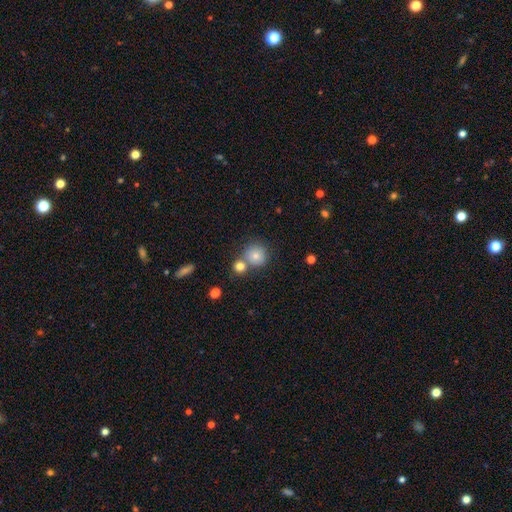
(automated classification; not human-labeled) A smooth galaxy with no disk features (78%) that is round (91%). Merging: none (61%).